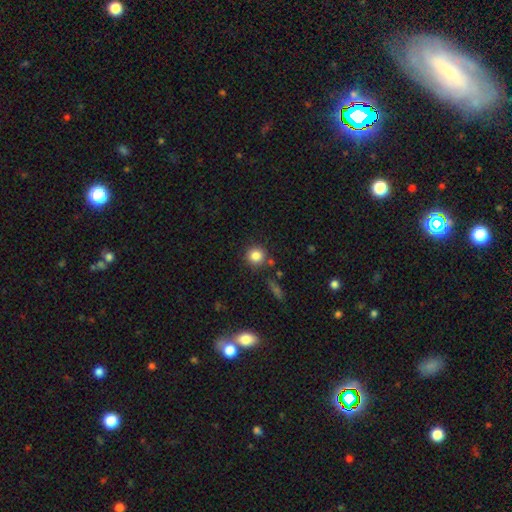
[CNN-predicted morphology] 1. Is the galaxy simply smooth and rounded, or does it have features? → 83% smooth, 11% star or artifact, 6% featured or disk.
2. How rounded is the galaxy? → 92% round, 7% in between, 1% cigar-shaped.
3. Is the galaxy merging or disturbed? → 83% none, 9% minor disturbance, 5% merger, 3% major disturbance.